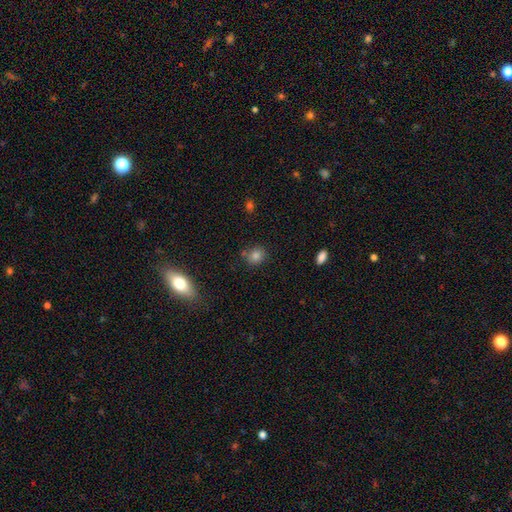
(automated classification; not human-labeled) Smooth or featured? Predicted: smooth (p=0.81). How rounded? Predicted: round (p=0.75). Merging? Predicted: none (p=0.74).